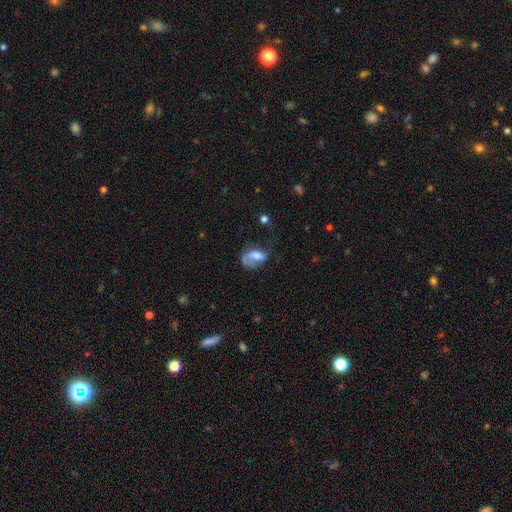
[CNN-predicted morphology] Smooth or featured: smooth — 52% (featured or disk — 38%)
How rounded: in between — 83% (round — 14%)
Merging: major disturbance — 48% (none — 24%)